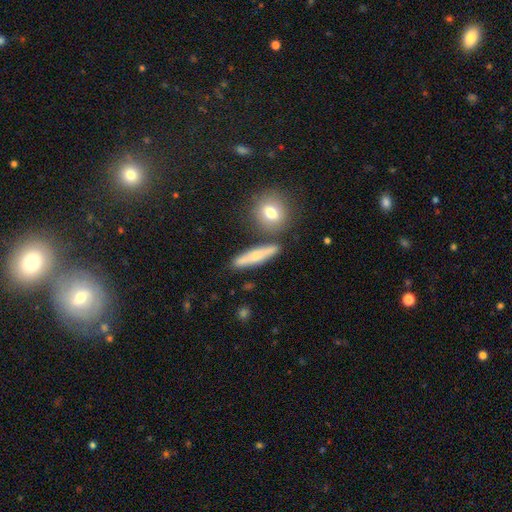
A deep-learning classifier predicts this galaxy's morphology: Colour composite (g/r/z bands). It shows a smooth galaxy with no disk features (57%) that is cigar-shaped (75%). Merging: none (77%).